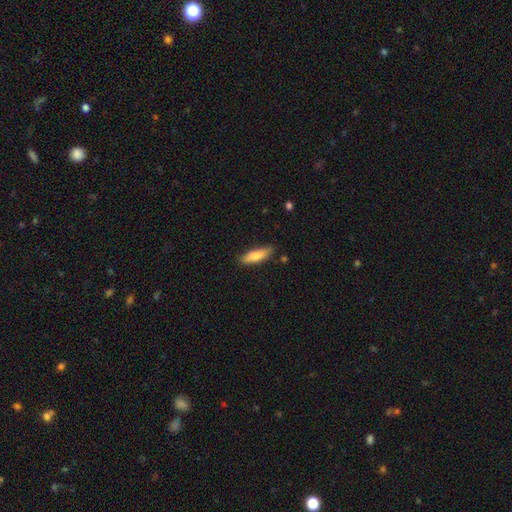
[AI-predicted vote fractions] Q: Smooth or featured?
A: smooth (81%); runner-up: featured or disk (13%)
Q: How rounded?
A: cigar-shaped (59%); runner-up: in between (39%)
Q: Merging?
A: none (83%); runner-up: minor disturbance (13%)